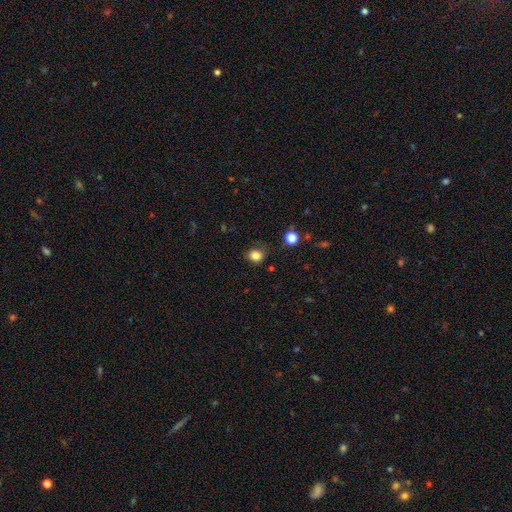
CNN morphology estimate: Overall: smooth (83%). How rounded: round (72%). Merging: none (75%).